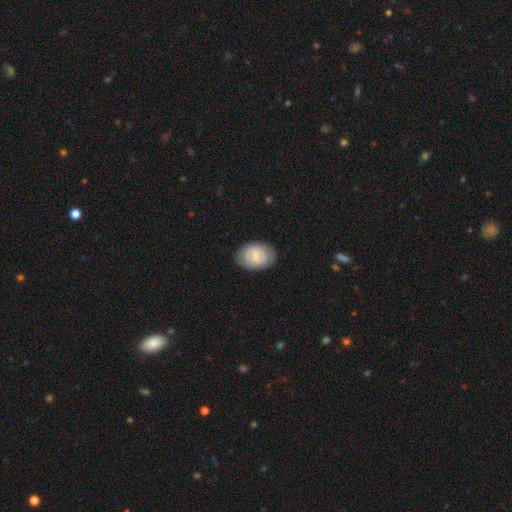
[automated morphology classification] Smooth or featured? Predicted: smooth (p=0.58). How rounded? Predicted: in between (p=0.76). Merging? Predicted: none (p=0.81).